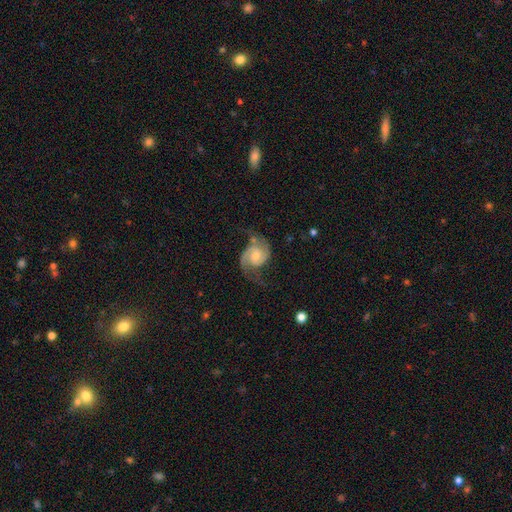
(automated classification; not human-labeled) smooth-or-featured: featured or disk: 86% | smooth: 9% | star or artifact: 5%
  disk-edge-on: no: 98% | yes: 2%
    bar: no: 60% | weak: 35% | strong: 5%
    has-spiral-arms: yes: 97% | no: 3%
      spiral-winding: medium: 50% | loose: 30% | tight: 20%
      spiral-arm-count: 2: 91% | can't tell: 3% | 1: 3% | 3: 1% | 4: 1% | more than 4: 1%
    bulge-size: moderate: 47% | small: 38% | none: 7% | large: 6% | dominant: 1%
  merging: none: 60% | minor disturbance: 21% | major disturbance: 15% | merger: 3%